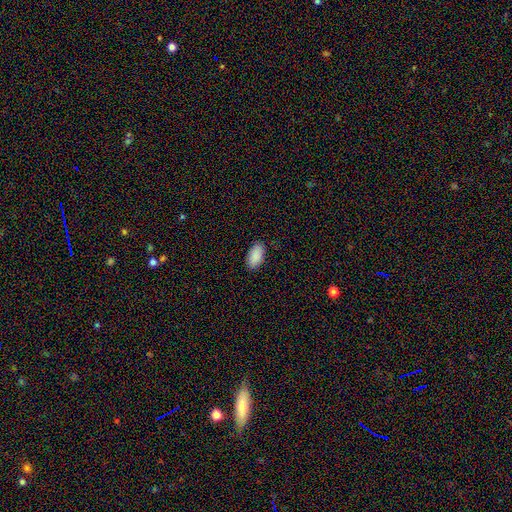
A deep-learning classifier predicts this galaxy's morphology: Smooth or featured: smooth — 91% (star or artifact — 6%)
How rounded: in between — 95% (cigar-shaped — 3%)
Merging: none — 88% (minor disturbance — 9%)